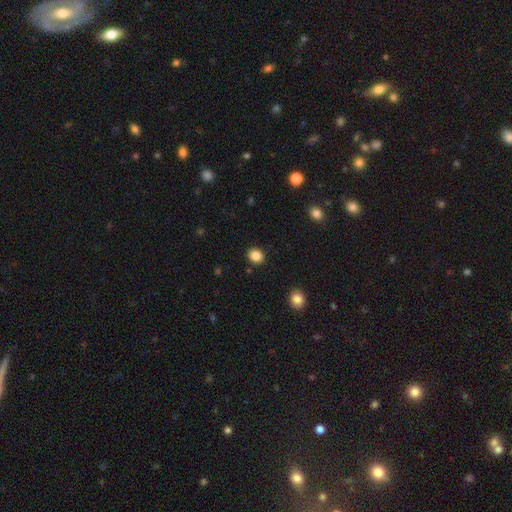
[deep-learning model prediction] smooth_or_featured: smooth (p=0.87) [alt: star or artifact p=0.10]
how_rounded: round (p=0.68) [alt: in between p=0.32]
merging: none (p=0.90) [alt: minor disturbance p=0.07]